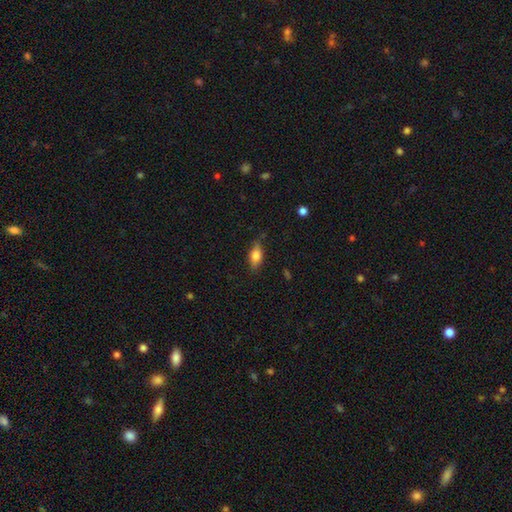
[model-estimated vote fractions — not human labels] Smooth or featured? smooth (69%)
How rounded? in between (79%)
Merging? none (77%)